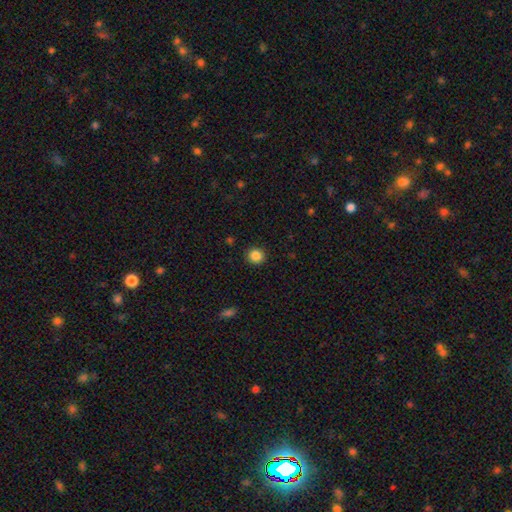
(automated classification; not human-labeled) Smooth or featured? Predicted: smooth (p=0.86). How rounded? Predicted: round (p=0.88). Merging? Predicted: none (p=0.91).